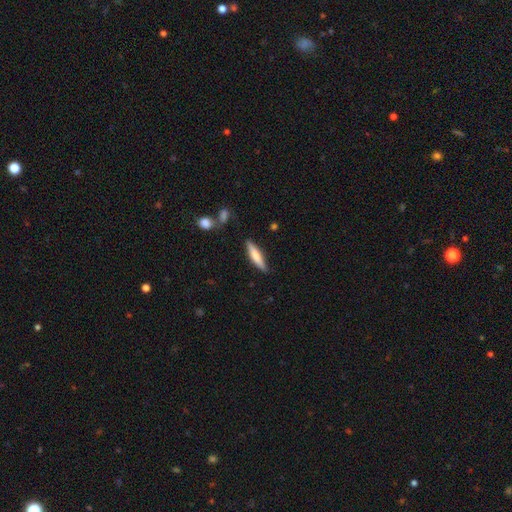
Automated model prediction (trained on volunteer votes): smooth-or-featured: smooth: 66% | featured or disk: 28% | star or artifact: 6%
  how-rounded: cigar-shaped: 80% | in between: 18% | round: 2%
  merging: none: 84% | minor disturbance: 12% | major disturbance: 2% | merger: 2%